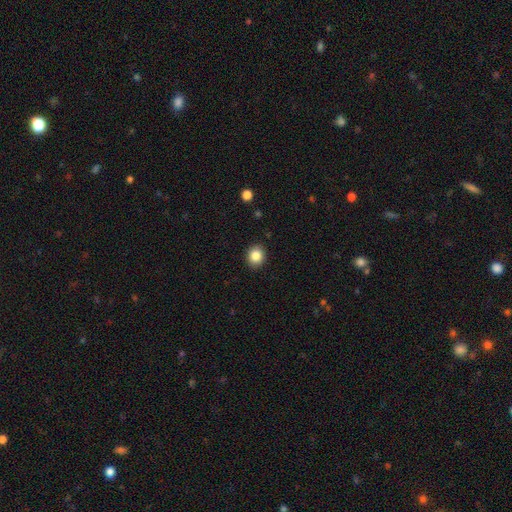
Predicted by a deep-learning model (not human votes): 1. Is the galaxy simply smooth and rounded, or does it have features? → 86% smooth, 9% star or artifact, 5% featured or disk.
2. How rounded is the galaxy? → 71% round, 28% in between, 1% cigar-shaped.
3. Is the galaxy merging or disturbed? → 91% none, 6% minor disturbance, 2% major disturbance, 1% merger.